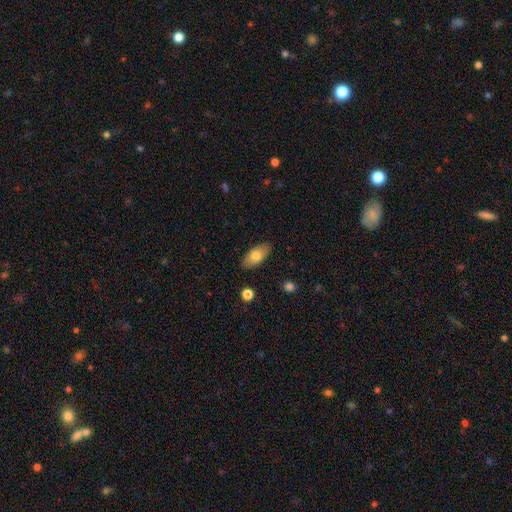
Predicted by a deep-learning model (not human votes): smooth_or_featured: smooth (p=0.75) [alt: featured or disk p=0.18]
how_rounded: in between (p=0.89) [alt: cigar-shaped p=0.08]
merging: none (p=0.87) [alt: minor disturbance p=0.10]